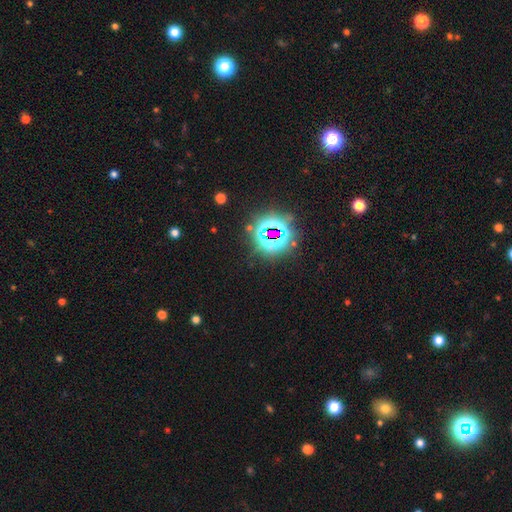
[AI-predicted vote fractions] This appears to be a star or artifact, not a galaxy (83%).